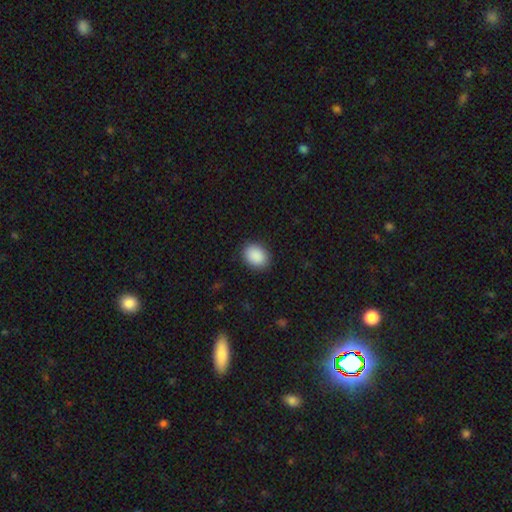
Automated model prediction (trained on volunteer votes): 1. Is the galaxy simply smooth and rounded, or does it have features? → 90% smooth, 7% star or artifact, 3% featured or disk.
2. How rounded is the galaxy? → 62% in between, 37% round, 1% cigar-shaped.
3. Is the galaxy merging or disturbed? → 89% none, 8% minor disturbance, 2% major disturbance, 1% merger.